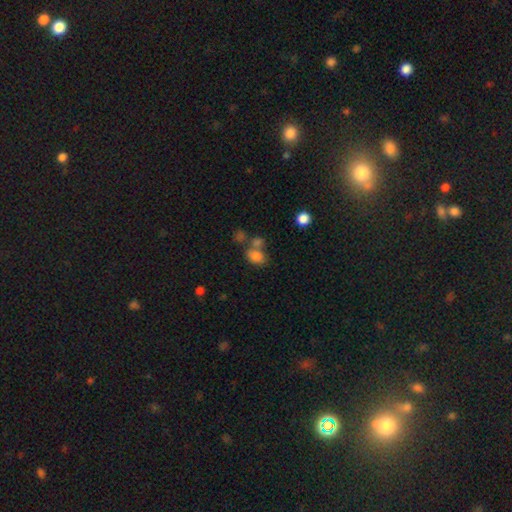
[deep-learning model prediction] This appears to be a smooth galaxy with no disk features (79%) that is in between round and cigar-shaped (70%). Merging: none (46%).